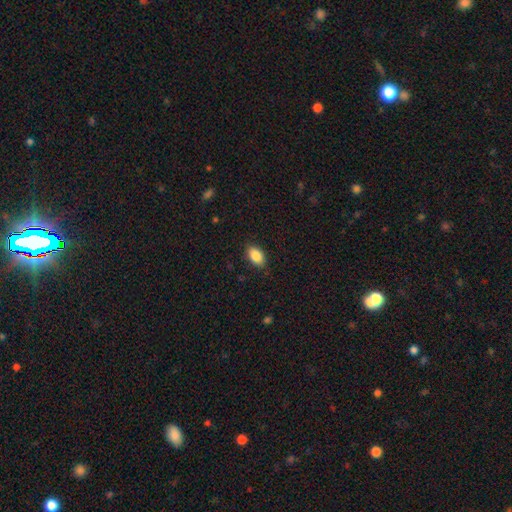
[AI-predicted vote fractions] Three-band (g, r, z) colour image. It shows a smooth galaxy with no disk features (87%) that is in between round and cigar-shaped (91%). Merging: none (87%).